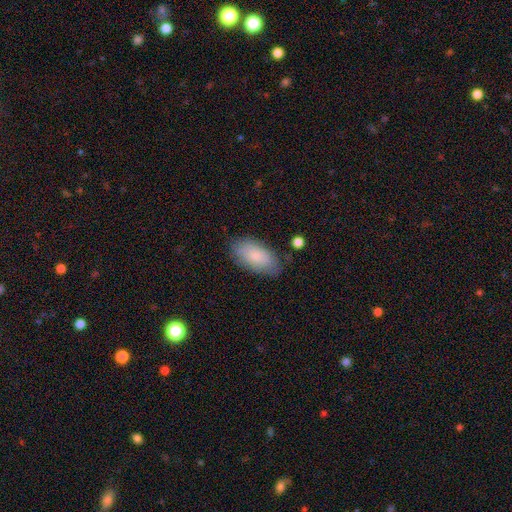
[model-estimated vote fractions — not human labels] Overall: smooth (81%). How rounded: in between (93%). Merging: none (77%).